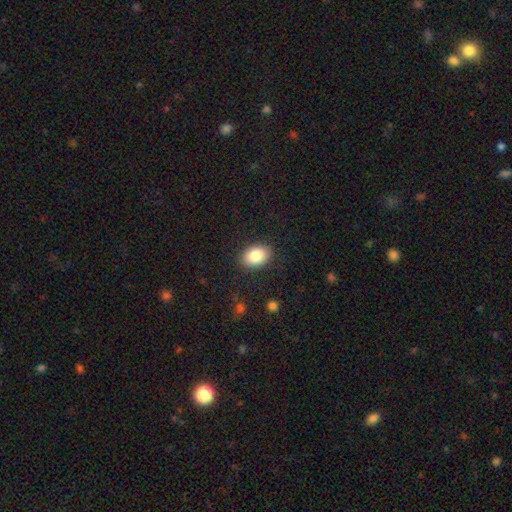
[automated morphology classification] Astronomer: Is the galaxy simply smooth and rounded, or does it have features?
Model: smooth — 86%.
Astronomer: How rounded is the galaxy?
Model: in between — 83%.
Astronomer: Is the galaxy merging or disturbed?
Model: none — 87%.